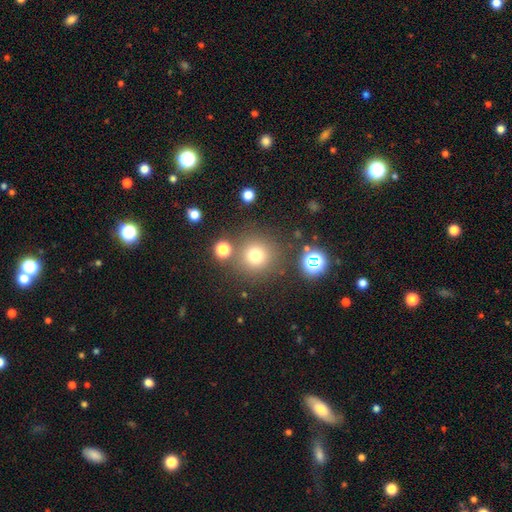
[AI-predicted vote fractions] A smooth galaxy with no disk features (67%) that is round (94%).

Vote fractions:
- Smooth or featured? smooth: 67% / star or artifact: 26% / featured or disk: 8%
- How rounded? round: 94% / in between: 5% / cigar-shaped: 1%
- Merging? none: 83% / minor disturbance: 7% / merger: 7% / major disturbance: 3%